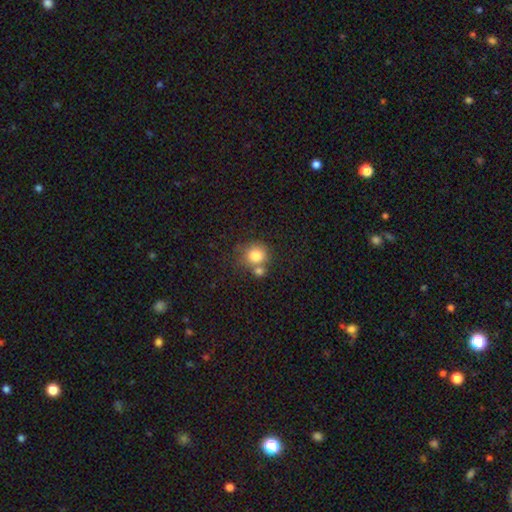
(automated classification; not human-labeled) Smooth or featured? Predicted: smooth (p=0.80). How rounded? Predicted: round (p=0.84). Merging? Predicted: none (p=0.49).